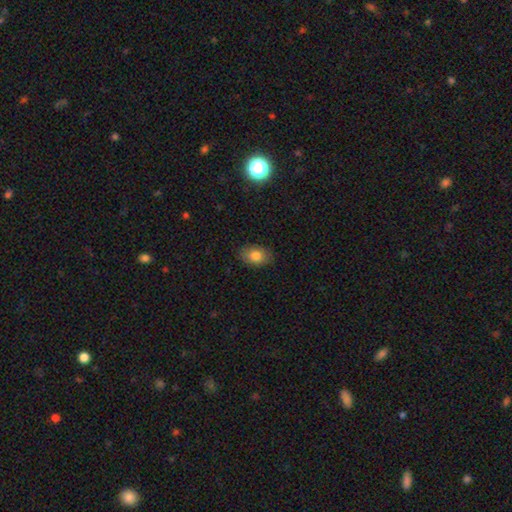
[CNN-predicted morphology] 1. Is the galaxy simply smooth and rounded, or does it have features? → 81% smooth, 10% featured or disk, 9% star or artifact.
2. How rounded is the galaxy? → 82% in between, 17% round, 1% cigar-shaped.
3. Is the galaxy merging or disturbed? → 85% none, 11% minor disturbance, 3% major disturbance, 1% merger.